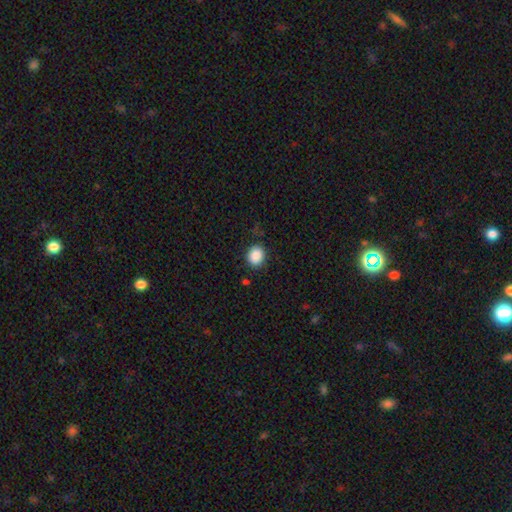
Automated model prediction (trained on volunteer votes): smooth-or-featured: smooth: 88% | star or artifact: 9% | featured or disk: 3%
  how-rounded: round: 60% | in between: 40% | cigar-shaped: 1%
  merging: none: 84% | minor disturbance: 11% | major disturbance: 3% | merger: 2%